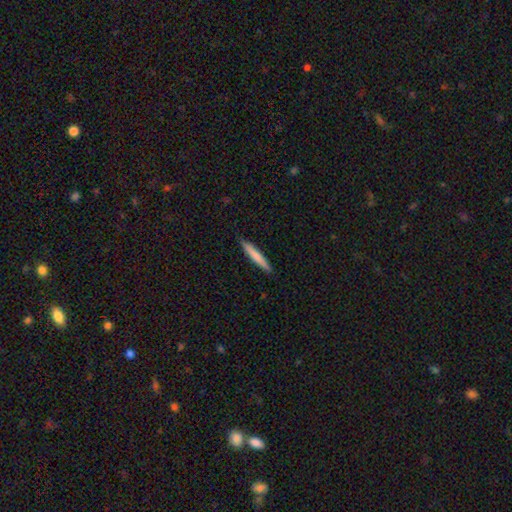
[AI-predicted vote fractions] Morphology: type=smooth (75%); roundness=cigar-shaped (94%); merging=none (88%).